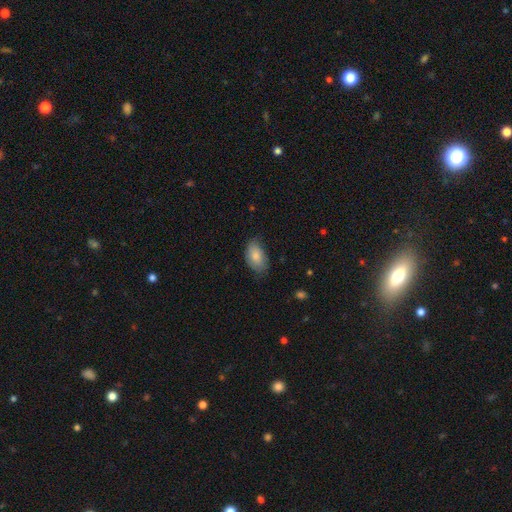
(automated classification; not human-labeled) Smooth or featured? Predicted: smooth (p=0.82). How rounded? Predicted: in between (p=0.93). Merging? Predicted: none (p=0.71).